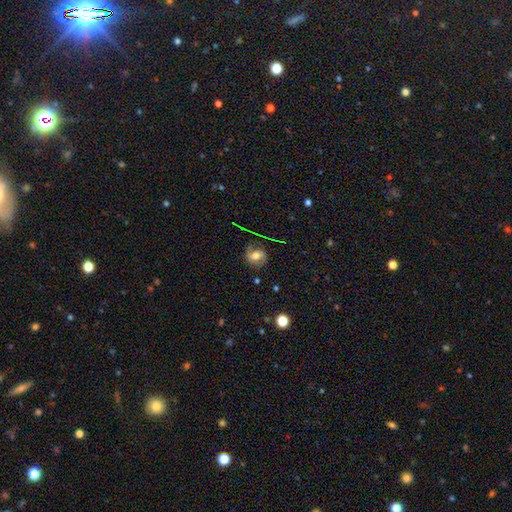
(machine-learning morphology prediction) The model was most divided on "bar": weak: 41%, no: 37%, strong: 21%. Remaining: edge-on disk — no (97%); spiral arms — yes (88%); spiral arm count — 2 (83%); merging — none (74%); bulge size — moderate (64%); smooth or featured — featured or disk (62%); spiral winding — medium (47%).